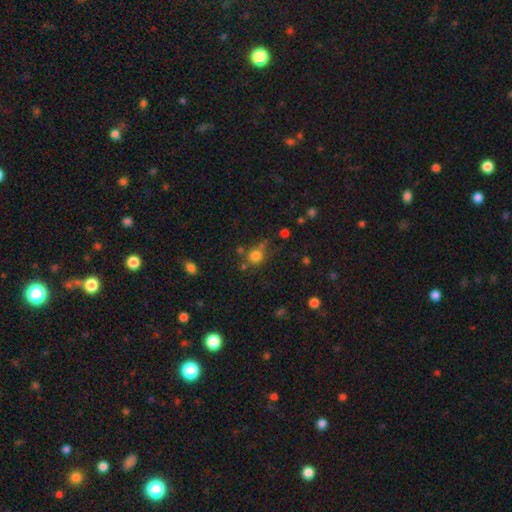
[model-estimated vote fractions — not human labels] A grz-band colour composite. It shows a smooth galaxy with no disk features (77%) that is round (81%). Merging: none (62%).